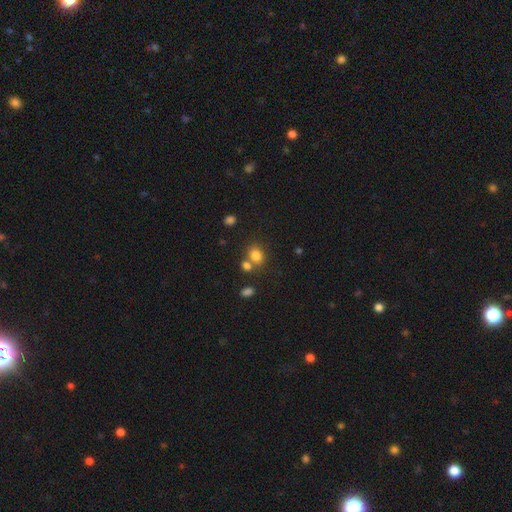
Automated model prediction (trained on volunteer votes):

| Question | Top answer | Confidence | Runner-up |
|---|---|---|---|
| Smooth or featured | smooth | 81% | star or artifact (12%) |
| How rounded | round | 50% | in between (49%) |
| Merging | none | 56% | merger (28%) |